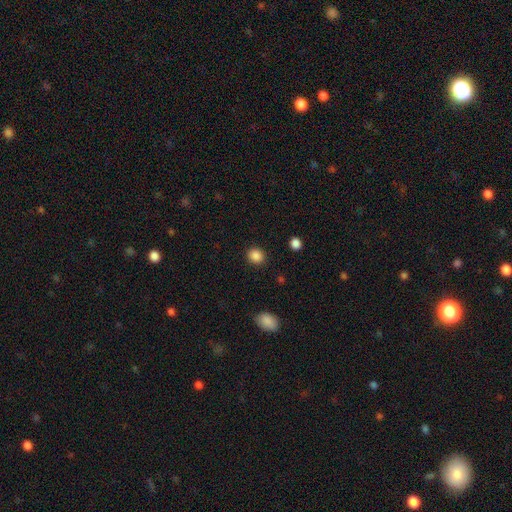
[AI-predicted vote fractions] Smooth or featured: smooth — 87% (star or artifact — 10%)
How rounded: round — 84% (in between — 15%)
Merging: none — 90% (minor disturbance — 6%)